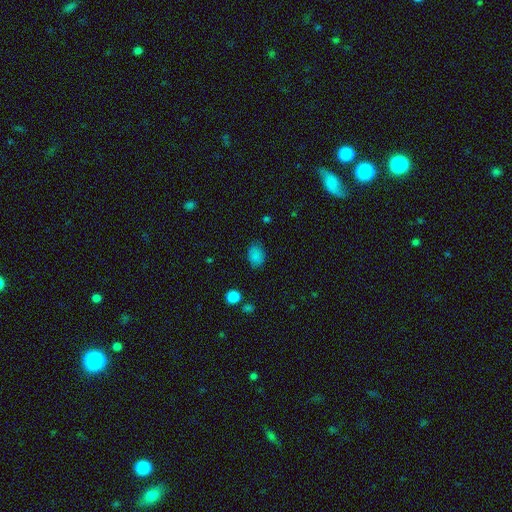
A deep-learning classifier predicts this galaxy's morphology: Overall: smooth (83%). How rounded: in between (77%). Merging: none (78%).